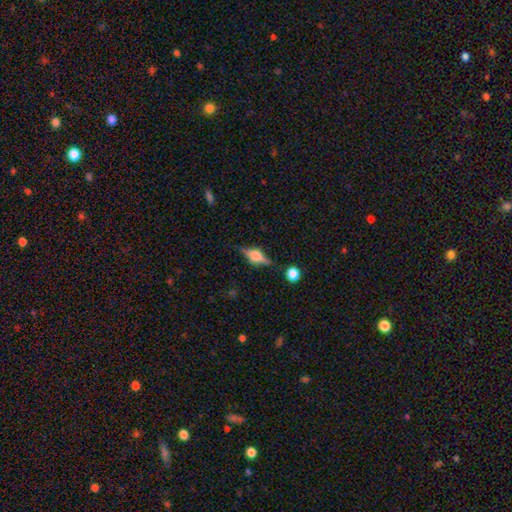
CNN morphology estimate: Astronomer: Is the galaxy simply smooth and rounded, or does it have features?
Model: featured or disk — 71%.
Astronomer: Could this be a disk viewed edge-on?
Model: yes — 95%.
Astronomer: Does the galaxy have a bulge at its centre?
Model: rounded — 88%.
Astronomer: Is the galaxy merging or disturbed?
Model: none — 80%.